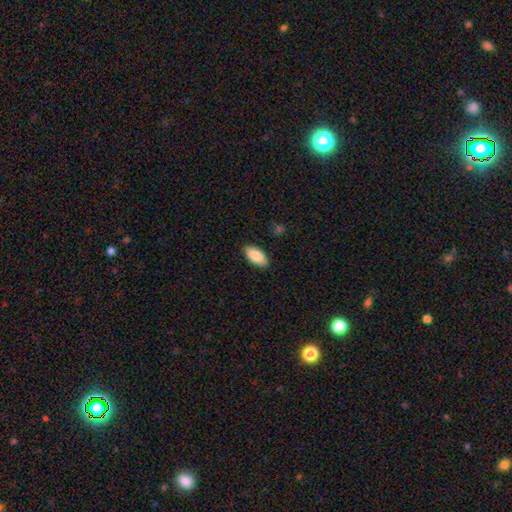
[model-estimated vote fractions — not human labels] This appears to be a smooth galaxy with no disk features (88%) that is in between round and cigar-shaped (92%). Merging: none (87%).